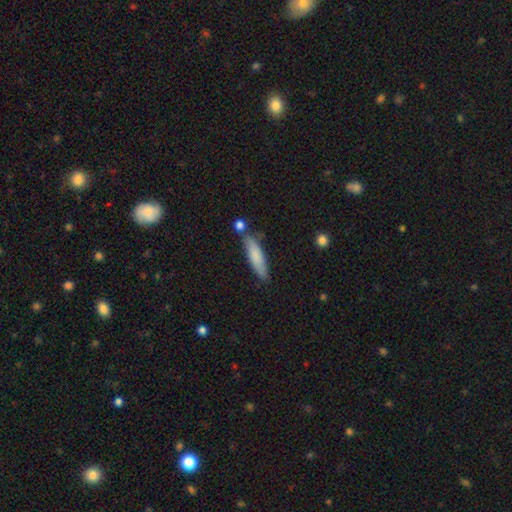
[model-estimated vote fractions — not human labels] This appears to be a smooth galaxy with no disk features (77%) that is cigar-shaped (75%). Merging: none (73%).